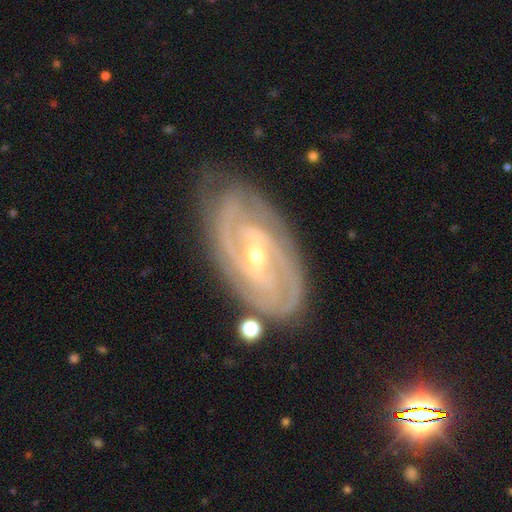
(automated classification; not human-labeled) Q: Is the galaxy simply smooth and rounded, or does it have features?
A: featured or disk — 90%.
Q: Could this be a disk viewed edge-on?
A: no — 95%.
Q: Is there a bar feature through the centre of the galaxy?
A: strong — 40%.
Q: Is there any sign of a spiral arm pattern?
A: yes — 97%.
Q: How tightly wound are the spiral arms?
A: tight — 69%.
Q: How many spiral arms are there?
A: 2 — 53%.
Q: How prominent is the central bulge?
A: small — 65%.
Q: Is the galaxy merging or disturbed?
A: none — 78%.